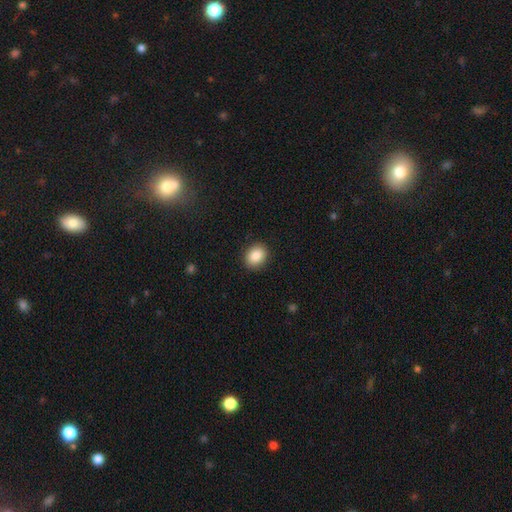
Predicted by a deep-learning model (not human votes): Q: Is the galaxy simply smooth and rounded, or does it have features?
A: smooth — 88%.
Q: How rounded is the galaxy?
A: round — 52%.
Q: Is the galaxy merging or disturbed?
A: none — 90%.